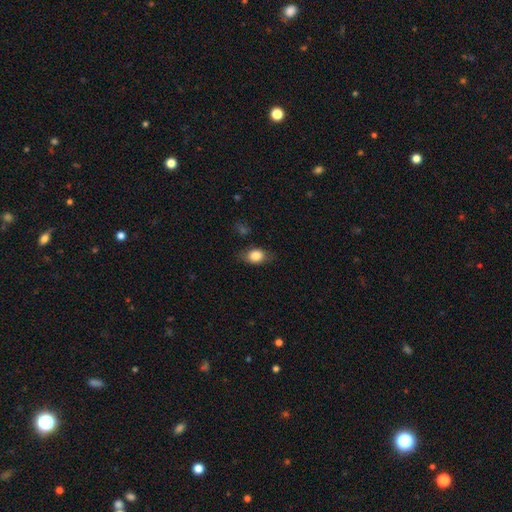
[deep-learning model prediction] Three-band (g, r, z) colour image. It shows a smooth galaxy with no disk features (80%) that is in between round and cigar-shaped (76%). Merging: none (76%).